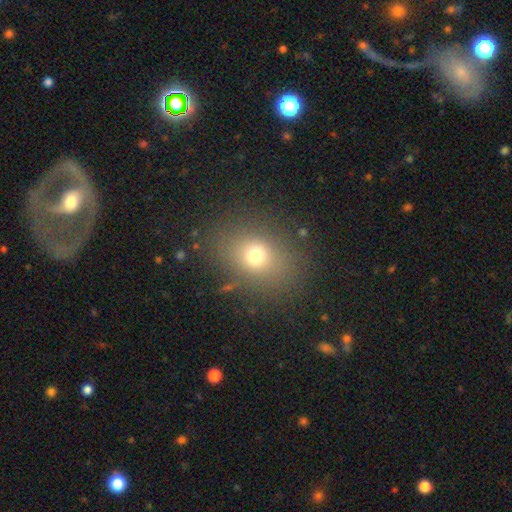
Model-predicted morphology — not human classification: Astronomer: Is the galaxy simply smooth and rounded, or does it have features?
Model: smooth — 70%.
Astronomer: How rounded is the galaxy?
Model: in between — 51% (runner-up: round, 48%).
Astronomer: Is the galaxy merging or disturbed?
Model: none — 82%.